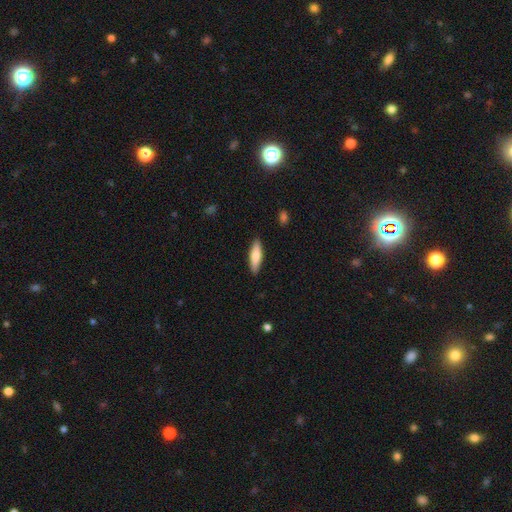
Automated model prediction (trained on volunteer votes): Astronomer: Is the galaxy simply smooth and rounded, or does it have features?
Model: smooth — 72%.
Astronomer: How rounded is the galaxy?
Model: cigar-shaped — 61% (runner-up: in between, 37%).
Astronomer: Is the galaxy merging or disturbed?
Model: none — 88%.